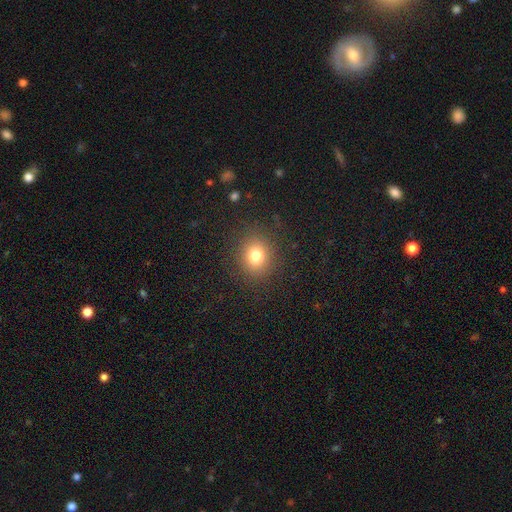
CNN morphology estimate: This is likely a smooth galaxy (78%). How rounded: likely round (73%). Merging: clearly none (87%).